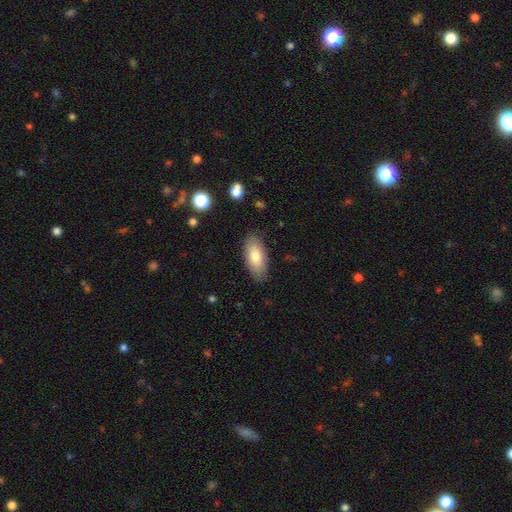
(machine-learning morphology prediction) smooth 77%, featured or disk 16%, star or artifact 6%. Down the decision tree: how rounded — in between (91%); merging — none (85%).